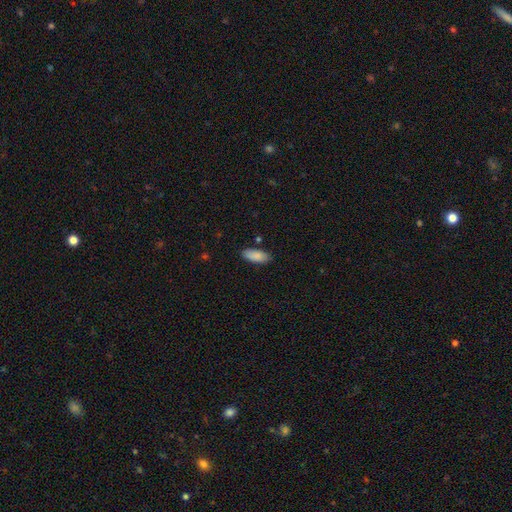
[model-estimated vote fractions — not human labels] Q: Smooth or featured?
A: smooth (88%); runner-up: star or artifact (6%)
Q: How rounded?
A: in between (81%); runner-up: cigar-shaped (18%)
Q: Merging?
A: none (84%); runner-up: minor disturbance (12%)